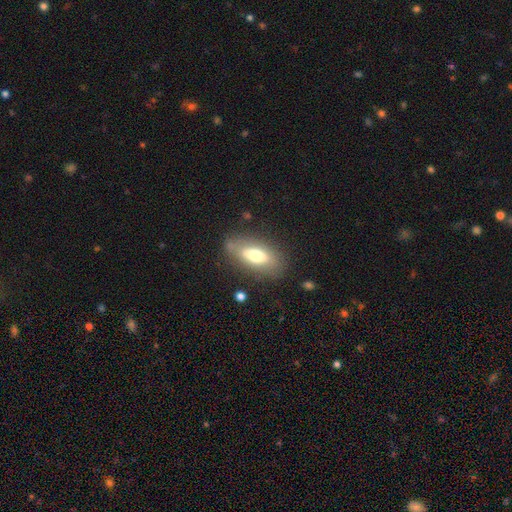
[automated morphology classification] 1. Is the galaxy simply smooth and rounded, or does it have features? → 64% smooth, 29% featured or disk, 8% star or artifact.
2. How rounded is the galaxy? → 82% in between, 14% cigar-shaped, 4% round.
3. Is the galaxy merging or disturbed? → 75% none, 16% minor disturbance, 6% major disturbance, 3% merger.